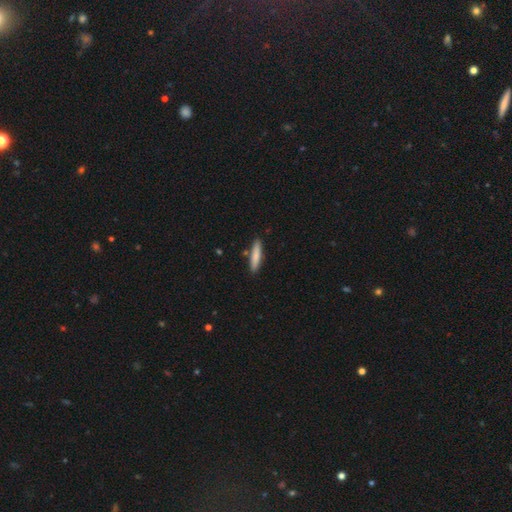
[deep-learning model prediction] Smooth or featured?
  - smooth: 79% *
  - featured or disk: 15%
  - star or artifact: 6%
How rounded?
  - cigar-shaped: 87% *
  - in between: 11%
  - round: 1%
Merging?
  - none: 87% *
  - minor disturbance: 9%
  - merger: 3%
  - major disturbance: 2%